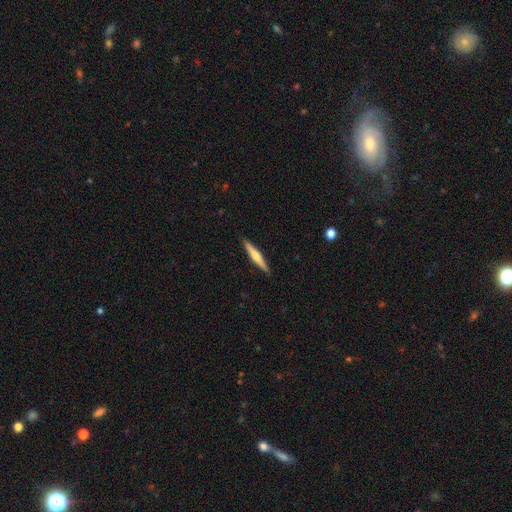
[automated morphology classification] The model was most divided on "smooth or featured": featured or disk: 54%, smooth: 41%, star or artifact: 6%. More confident: edge-on disk — yes (97%); merging — none (91%); edge-on bulge — rounded (74%).